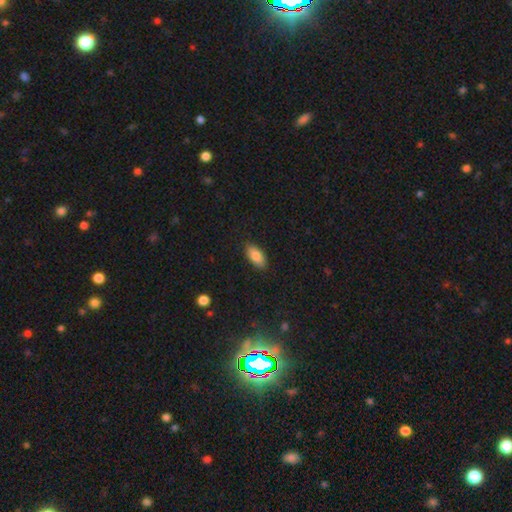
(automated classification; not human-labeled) smooth-or-featured: smooth: 83% | featured or disk: 10% | star or artifact: 7%
  how-rounded: in between: 90% | cigar-shaped: 7% | round: 2%
  merging: none: 87% | minor disturbance: 9% | major disturbance: 2% | merger: 1%